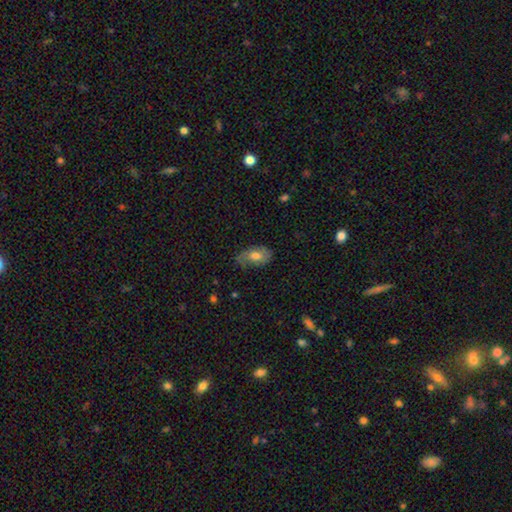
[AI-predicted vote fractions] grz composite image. It shows a smooth galaxy with no disk features (64%) that is in between round and cigar-shaped (90%). Merging: none (61%).